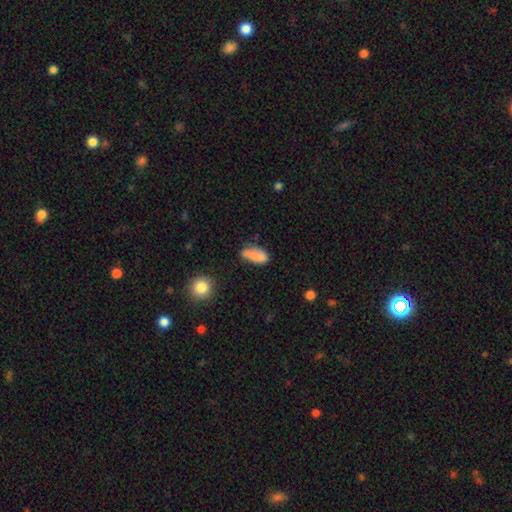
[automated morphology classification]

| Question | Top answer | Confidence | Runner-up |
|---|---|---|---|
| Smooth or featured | smooth | 76% | featured or disk (16%) |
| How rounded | in between | 83% | cigar-shaped (14%) |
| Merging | none | 54% | minor disturbance (30%) |